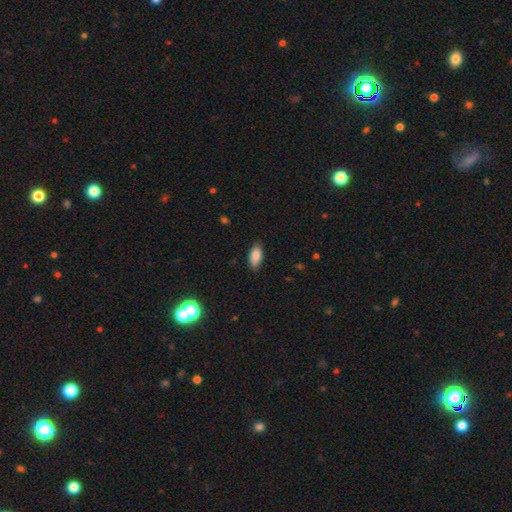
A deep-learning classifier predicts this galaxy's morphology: smooth 86%, star or artifact 7%, featured or disk 7%. Down the decision tree: how rounded — in between (87%); merging — none (83%).